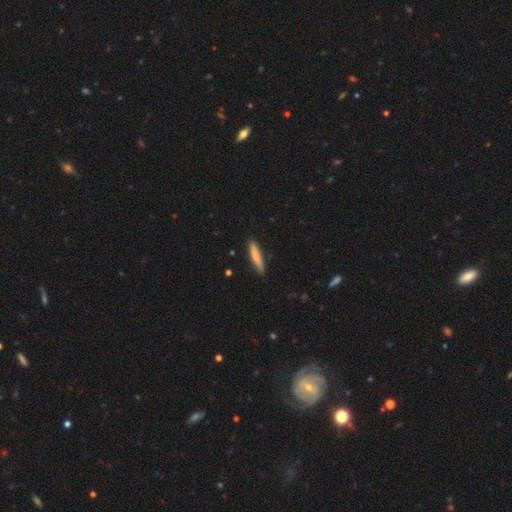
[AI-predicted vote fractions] A smooth galaxy with no disk features (77%) that is cigar-shaped (90%). Merging: none (87%).